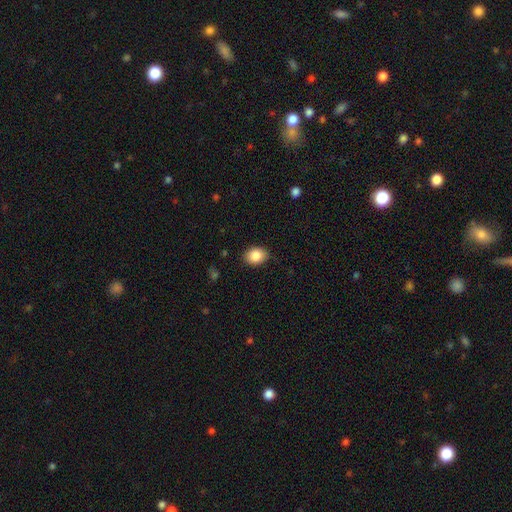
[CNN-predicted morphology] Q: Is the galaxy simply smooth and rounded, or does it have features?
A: smooth — 87%.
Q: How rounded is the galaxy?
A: in between — 62%.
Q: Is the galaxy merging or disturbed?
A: none — 86%.